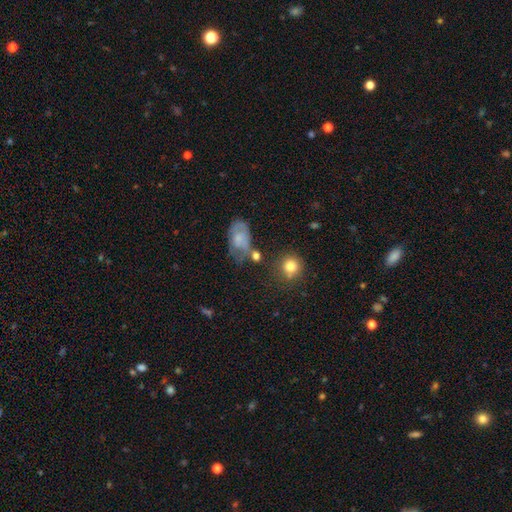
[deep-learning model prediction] Overall: smooth (46%; featured or disk 37%). Merging: none (56%; minor disturbance 23%).